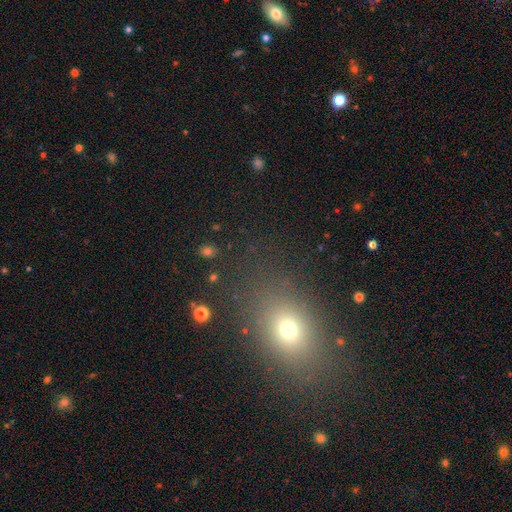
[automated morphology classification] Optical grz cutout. It shows a smooth galaxy with no disk features (62%) that is in between round and cigar-shaped (63%). Merging: none (85%).